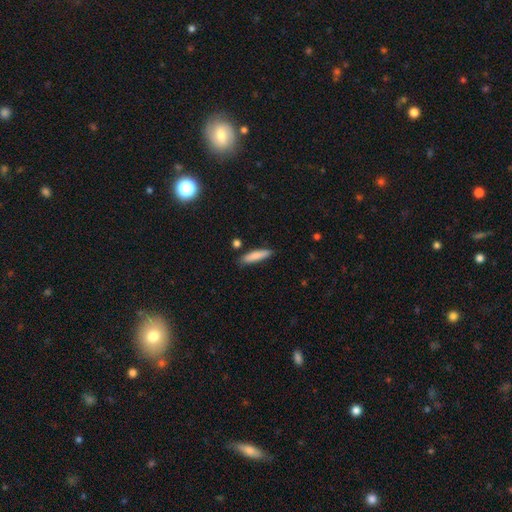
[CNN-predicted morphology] A smooth galaxy with no disk features (81%) that is cigar-shaped (80%). Merging: none (84%).